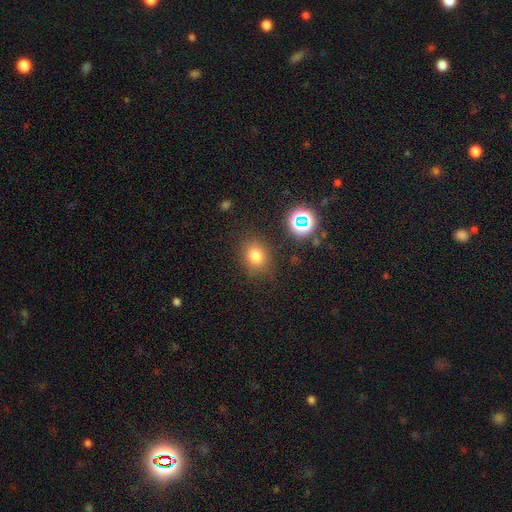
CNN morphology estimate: smooth_or_featured: smooth (p=0.75) [alt: star or artifact p=0.17]
how_rounded: round (p=0.62) [alt: in between p=0.37]
merging: none (p=0.81) [alt: minor disturbance p=0.12]